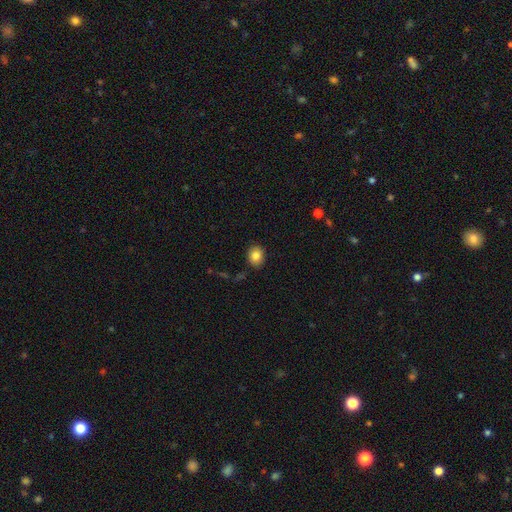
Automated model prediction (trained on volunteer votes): Overall: smooth (84%). How rounded: round (55%; in between 44%). Merging: none (87%).